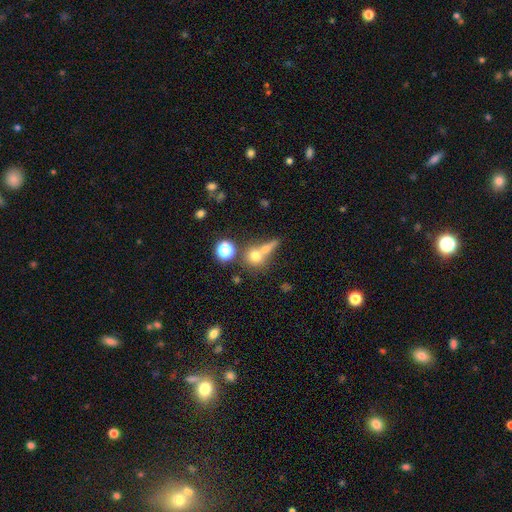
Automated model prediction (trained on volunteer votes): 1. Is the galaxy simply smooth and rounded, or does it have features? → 67% smooth, 17% star or artifact, 16% featured or disk.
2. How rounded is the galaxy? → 79% round, 17% in between, 5% cigar-shaped.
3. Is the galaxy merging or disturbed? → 43% none (tied), 43% merger (tied), 8% minor disturbance, 6% major disturbance.